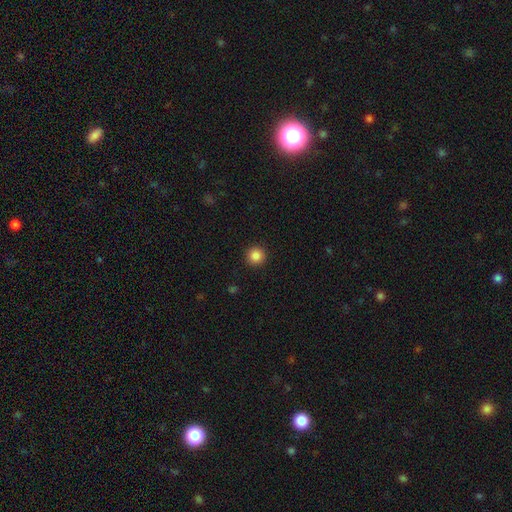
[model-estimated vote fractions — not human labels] Smooth or featured: smooth — 86% (star or artifact — 10%)
How rounded: round — 96% (in between — 3%)
Merging: none — 93% (minor disturbance — 4%)